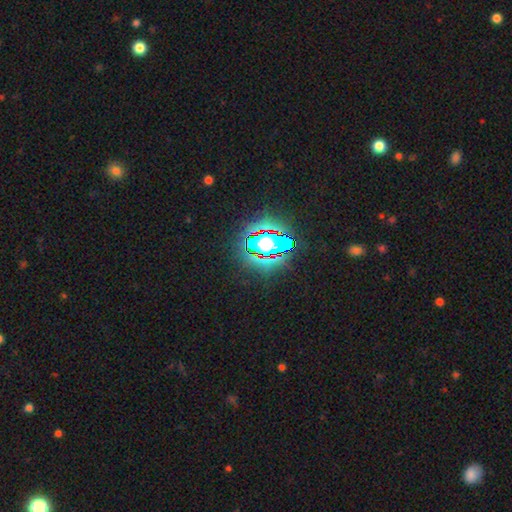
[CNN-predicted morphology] This appears to be a star or artifact, not a galaxy (85%).